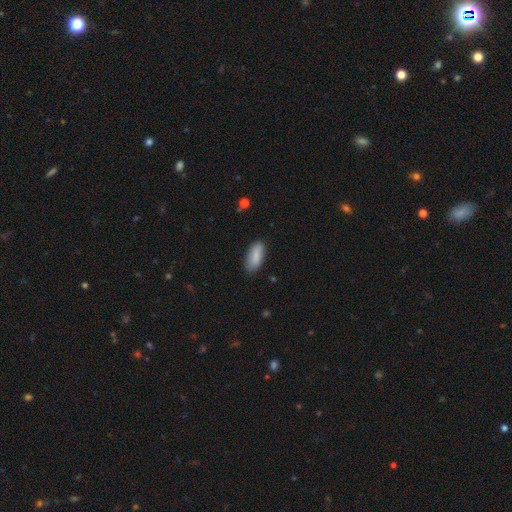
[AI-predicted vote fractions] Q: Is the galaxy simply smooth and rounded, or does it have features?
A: smooth — 84%.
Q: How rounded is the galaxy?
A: in between — 85%.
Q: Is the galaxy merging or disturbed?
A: none — 79%.